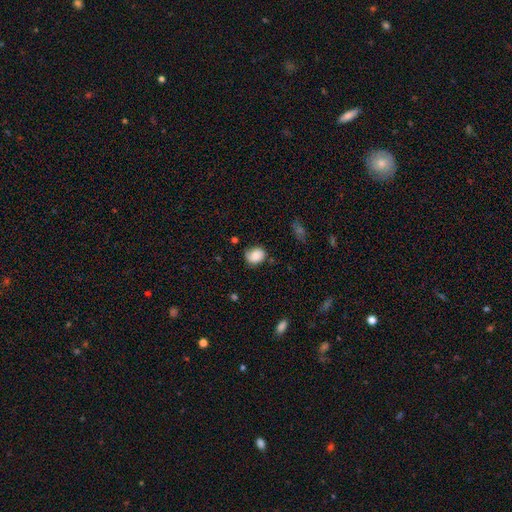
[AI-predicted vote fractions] Smooth or featured: smooth — 78% (featured or disk — 13%)
How rounded: round — 50% (in between — 49%)
Merging: none — 66% (minor disturbance — 25%)